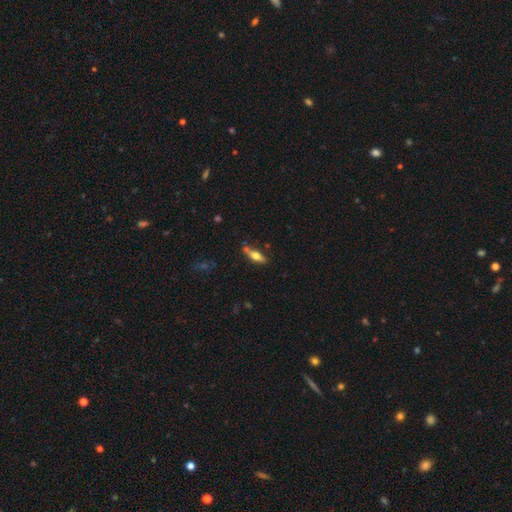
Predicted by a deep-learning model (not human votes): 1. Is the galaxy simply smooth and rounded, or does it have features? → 54% smooth, 39% featured or disk, 7% star or artifact.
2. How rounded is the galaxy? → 52% in between, 45% cigar-shaped, 3% round.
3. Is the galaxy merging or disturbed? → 71% none, 17% minor disturbance, 8% merger, 4% major disturbance.